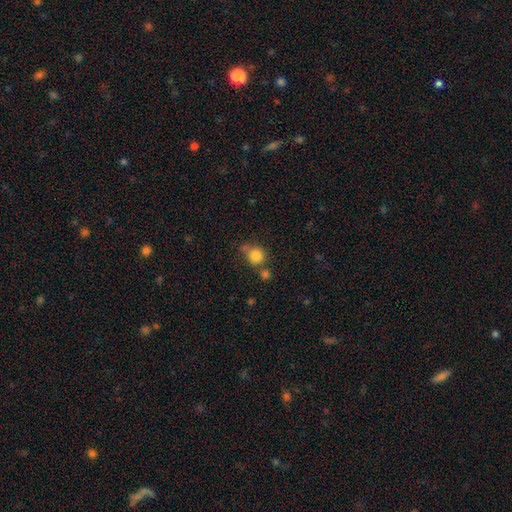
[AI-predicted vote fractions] Q: Smooth or featured?
A: smooth (83%); runner-up: star or artifact (11%)
Q: How rounded?
A: round (84%); runner-up: in between (15%)
Q: Merging?
A: none (56%); runner-up: merger (21%)